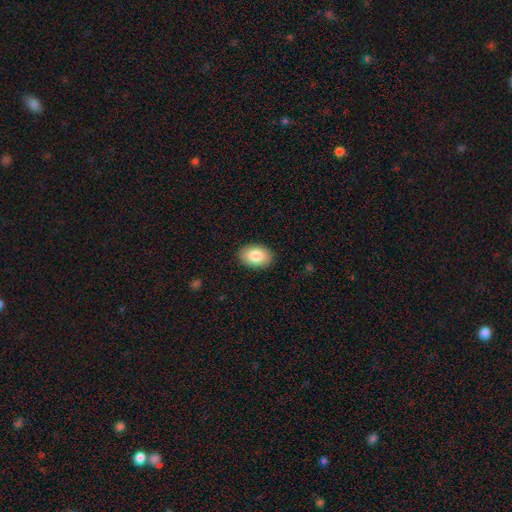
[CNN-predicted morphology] The model was most divided on "how rounded": in between: 88%, round: 11%, cigar-shaped: 1%. More confident: merging — none (89%); smooth or featured — smooth (85%).